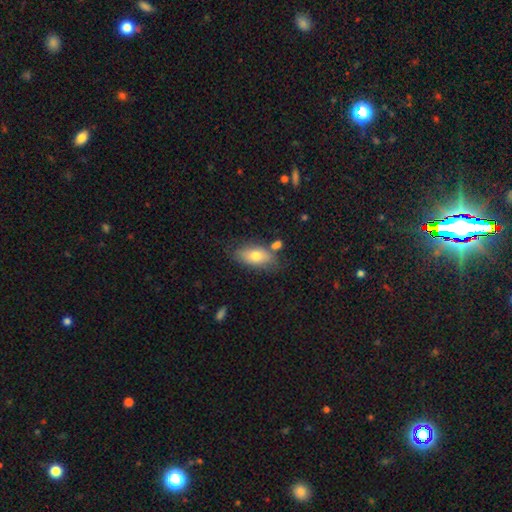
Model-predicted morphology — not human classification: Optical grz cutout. It shows a smooth galaxy with no disk features (72%) that is in between round and cigar-shaped (90%). Merging: none (67%).